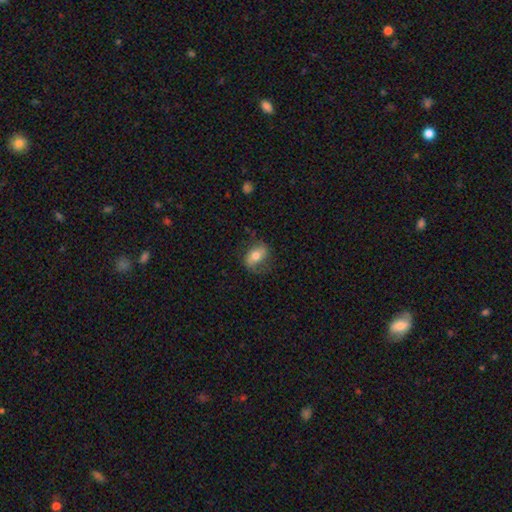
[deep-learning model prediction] Smooth or featured: smooth — 60% (featured or disk — 33%)
How rounded: in between — 81% (round — 16%)
Merging: none — 67% (minor disturbance — 22%)